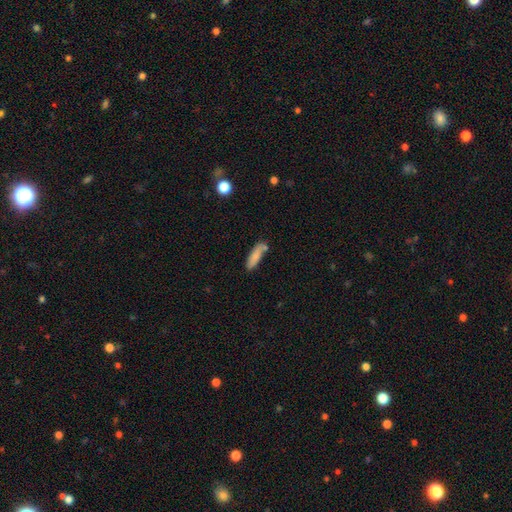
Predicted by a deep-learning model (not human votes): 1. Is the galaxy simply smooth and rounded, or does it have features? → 83% smooth, 10% featured or disk, 7% star or artifact.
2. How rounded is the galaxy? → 61% cigar-shaped, 37% in between, 2% round.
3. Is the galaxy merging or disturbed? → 64% none, 18% minor disturbance, 14% merger, 4% major disturbance.